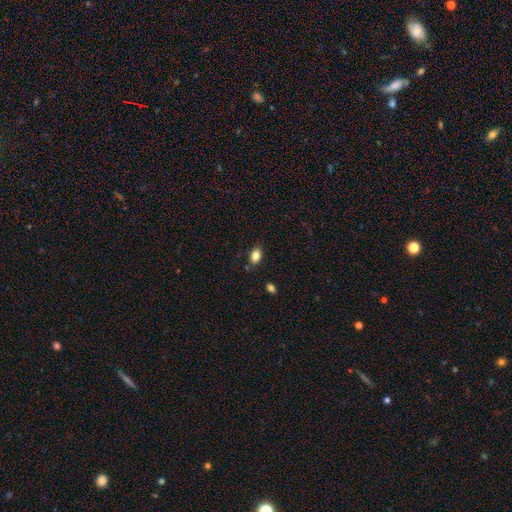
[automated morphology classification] This is clearly a smooth galaxy (83%). How rounded: clearly in between (85%). Merging: clearly none (81%).